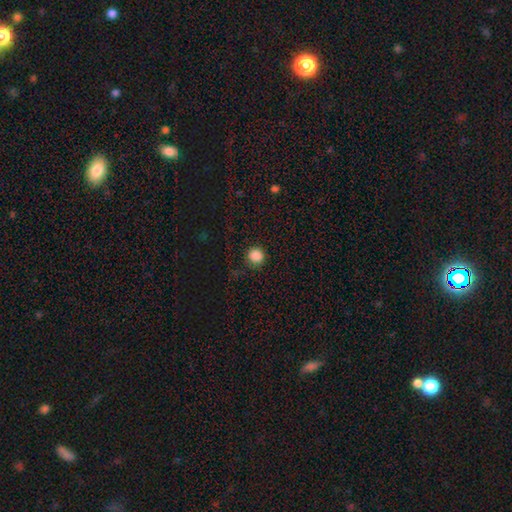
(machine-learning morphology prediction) The model was most divided on "smooth or featured": smooth: 86%, star or artifact: 11%, featured or disk: 3%. More confident: how rounded — round (94%); merging — none (86%).